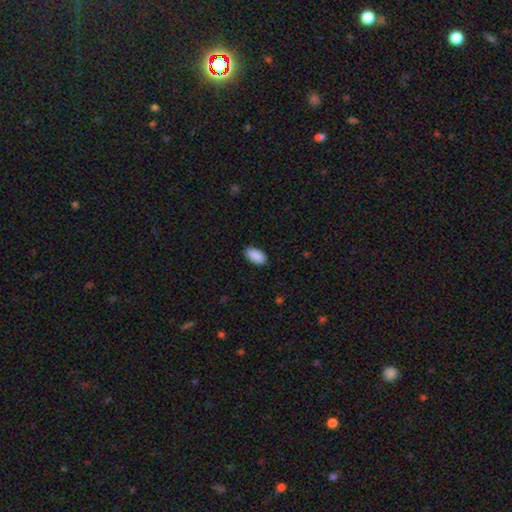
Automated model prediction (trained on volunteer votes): smooth 91%, star or artifact 7%, featured or disk 2%. Down the decision tree: how rounded — in between (95%); merging — none (89%).